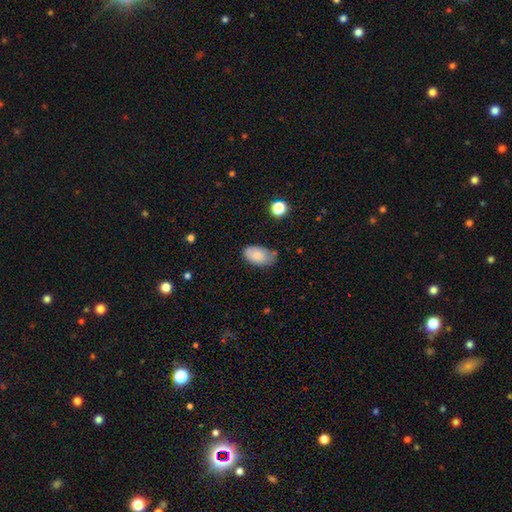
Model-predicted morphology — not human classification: This appears to be a smooth galaxy with no disk features (80%) that is in between round and cigar-shaped (93%). Merging: none (65%).